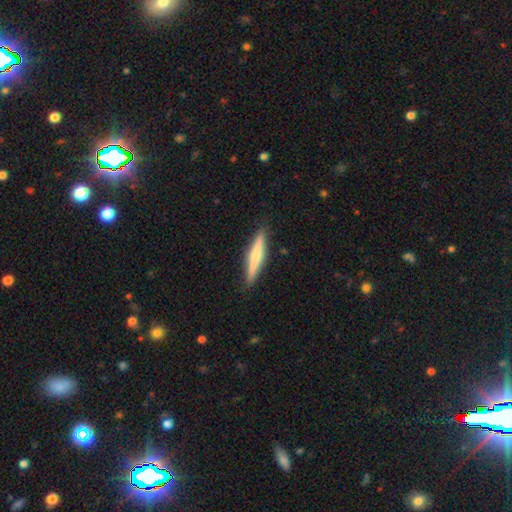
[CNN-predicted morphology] Overall: smooth (49%; featured or disk 46%). Merging: none (90%).